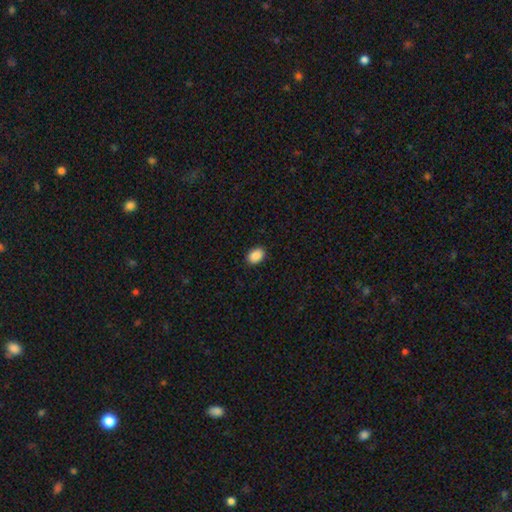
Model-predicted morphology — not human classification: Smooth or featured? Predicted: smooth (p=0.89). How rounded? Predicted: in between (p=0.77). Merging? Predicted: none (p=0.90).